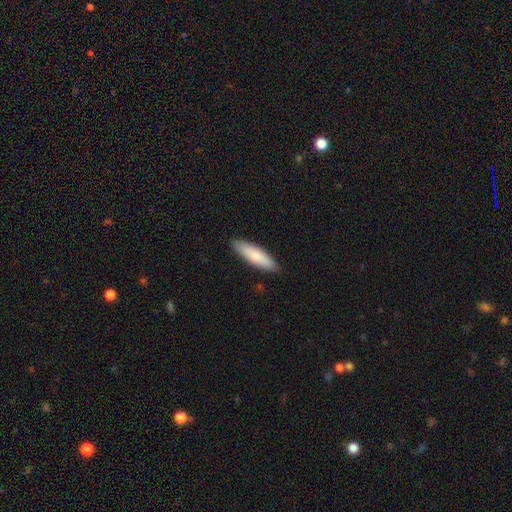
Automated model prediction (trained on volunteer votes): A smooth galaxy with no disk features (79%) that is cigar-shaped (64%).

Vote fractions:
- Smooth or featured? smooth: 79% / featured or disk: 16% / star or artifact: 5%
- How rounded? cigar-shaped: 64% / in between: 35% / round: 1%
- Merging? none: 89% / minor disturbance: 9% / major disturbance: 2% / merger: 1%